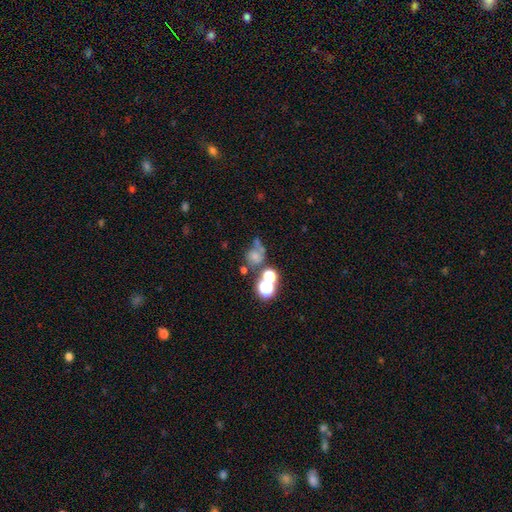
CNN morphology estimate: This is possibly a smooth galaxy (50%). How rounded: likely round (70%). Merging: marginally merger (35%).